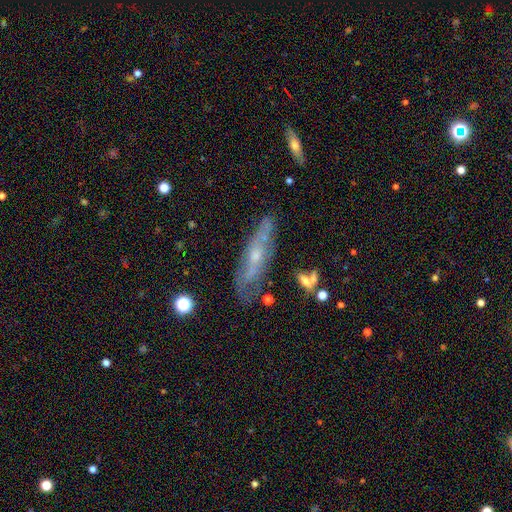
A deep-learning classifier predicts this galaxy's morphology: This is likely a featured or disk galaxy (67%). It is possibly not viewed edge-on (58%). Merging: likely none (72%).